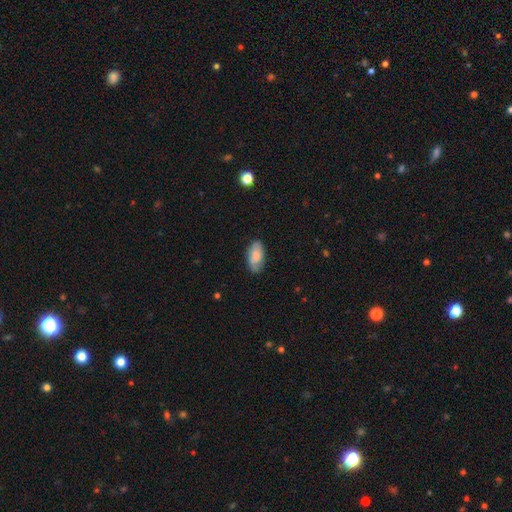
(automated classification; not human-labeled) Smooth or featured?
  - smooth: 75% *
  - featured or disk: 18%
  - star or artifact: 7%
How rounded?
  - in between: 93% *
  - cigar-shaped: 4%
  - round: 3%
Merging?
  - none: 76% *
  - minor disturbance: 18%
  - major disturbance: 4%
  - merger: 1%